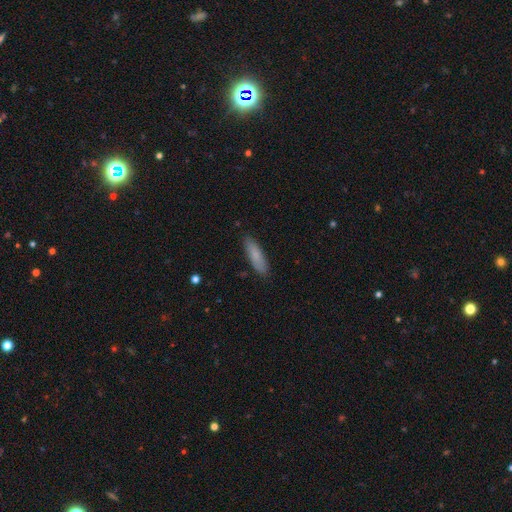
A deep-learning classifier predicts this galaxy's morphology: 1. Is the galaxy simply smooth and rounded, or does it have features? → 83% smooth, 11% featured or disk, 6% star or artifact.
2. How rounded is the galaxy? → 60% cigar-shaped, 39% in between, 1% round.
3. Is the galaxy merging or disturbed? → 86% none, 11% minor disturbance, 2% major disturbance, 1% merger.